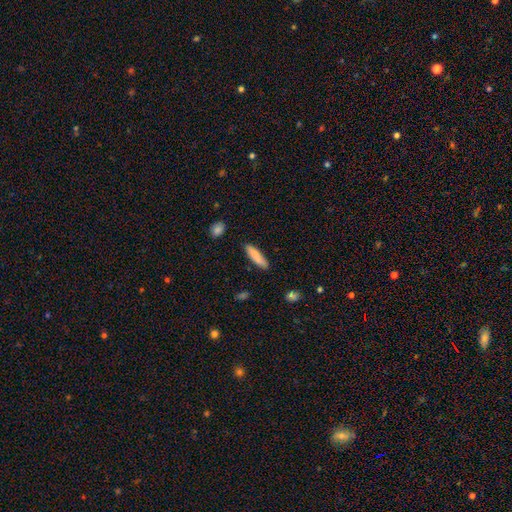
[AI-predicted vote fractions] Smooth or featured? Predicted: smooth (p=0.85). How rounded? Predicted: cigar-shaped (p=0.72). Merging? Predicted: none (p=0.87).